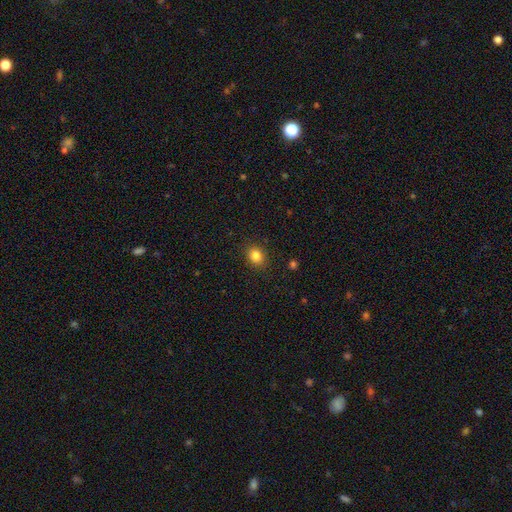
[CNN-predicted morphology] Q: Smooth or featured?
A: smooth (84%); runner-up: star or artifact (11%)
Q: How rounded?
A: round (58%); runner-up: in between (41%)
Q: Merging?
A: none (88%); runner-up: minor disturbance (8%)